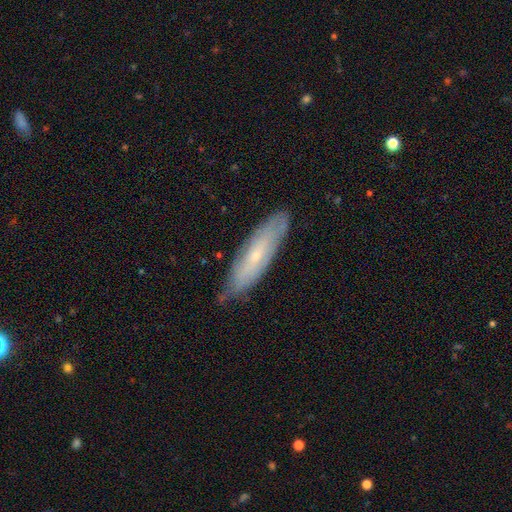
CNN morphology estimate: A featured or disk galaxy (54%). Merging: none (76%).